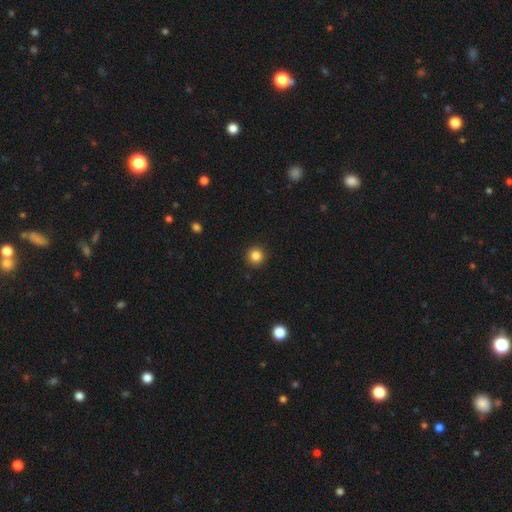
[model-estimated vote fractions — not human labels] Smooth or featured?
  - smooth: 85% *
  - star or artifact: 11%
  - featured or disk: 4%
How rounded?
  - round: 95% *
  - in between: 4%
  - cigar-shaped: 1%
Merging?
  - none: 93% *
  - minor disturbance: 5%
  - major disturbance: 2%
  - merger: 1%